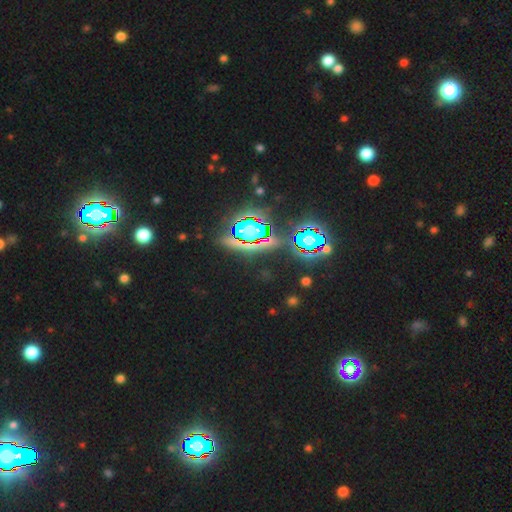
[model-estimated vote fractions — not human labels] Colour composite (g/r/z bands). It shows a star or artifact, not a galaxy (83%).